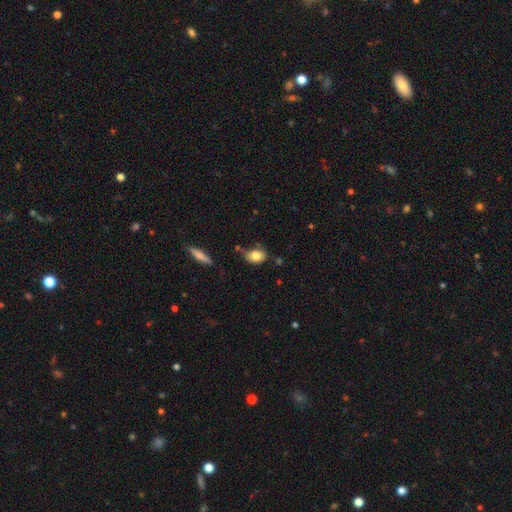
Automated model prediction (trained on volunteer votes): Morphology: type=smooth (81%); roundness=in between (70%); merging=none (67%).